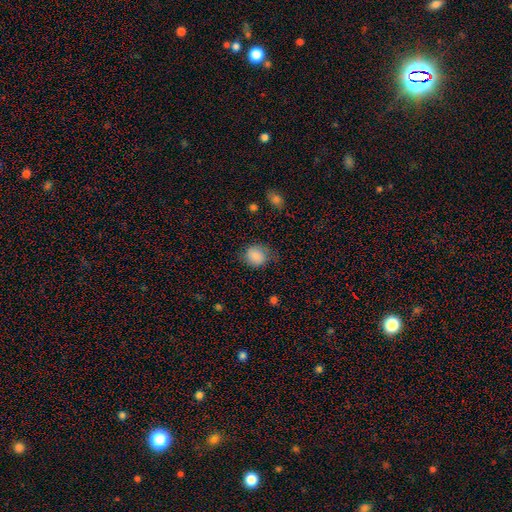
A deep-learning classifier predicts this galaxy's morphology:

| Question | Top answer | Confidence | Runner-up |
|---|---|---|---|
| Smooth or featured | smooth | 83% | star or artifact (8%) |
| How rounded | round | 66% | in between (33%) |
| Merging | none | 64% | minor disturbance (25%) |